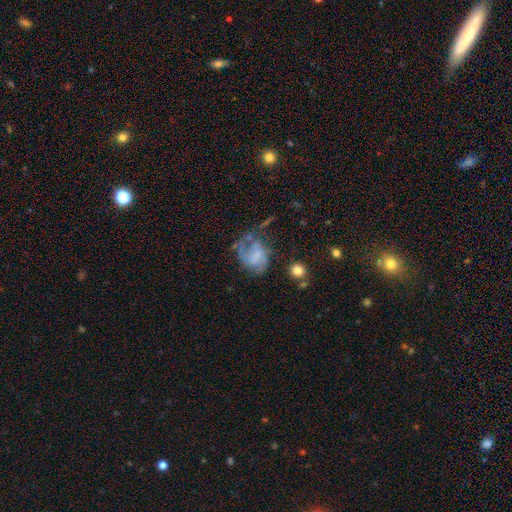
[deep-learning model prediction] featured or disk 56%, smooth 34%, star or artifact 10%. Down the decision tree: edge-on disk — no (97%); bar — no (45%); spiral arms — yes (70%); bulge size — none (43%); merging — major disturbance (39%).